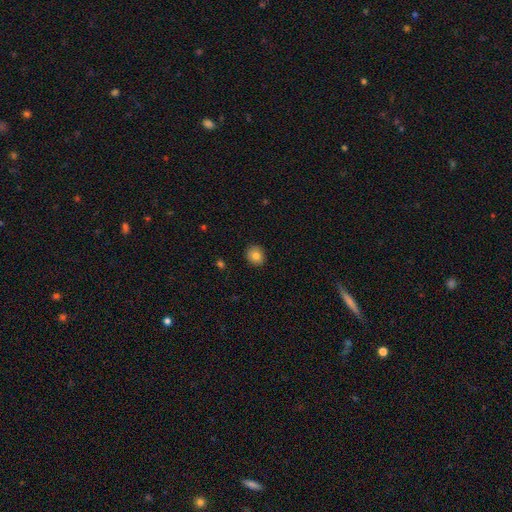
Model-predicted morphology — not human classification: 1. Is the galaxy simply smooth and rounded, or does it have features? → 82% smooth, 10% star or artifact, 8% featured or disk.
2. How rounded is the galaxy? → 78% round, 21% in between, 1% cigar-shaped.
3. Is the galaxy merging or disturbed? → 90% none, 7% minor disturbance, 2% major disturbance, 1% merger.